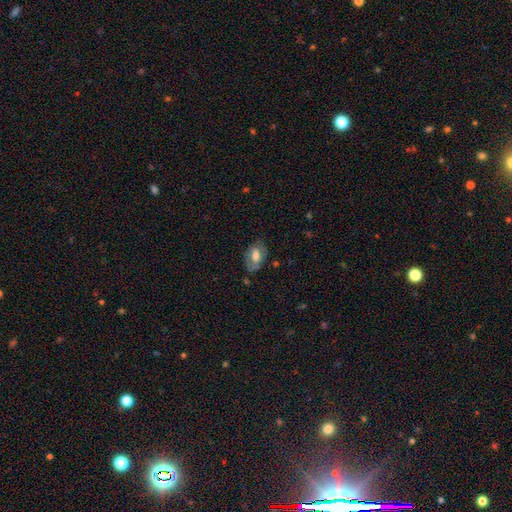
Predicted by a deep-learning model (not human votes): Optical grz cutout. It shows a smooth galaxy with no disk features (48%). Merging: none (68%).